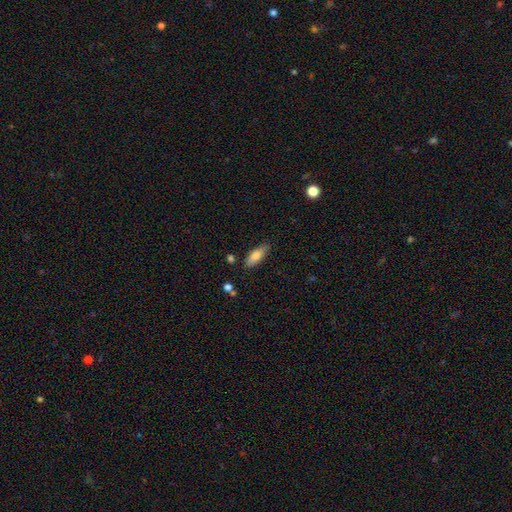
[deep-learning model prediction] Q: Smooth or featured?
A: smooth (76%); runner-up: featured or disk (17%)
Q: How rounded?
A: in between (69%); runner-up: cigar-shaped (29%)
Q: Merging?
A: none (78%); runner-up: minor disturbance (16%)